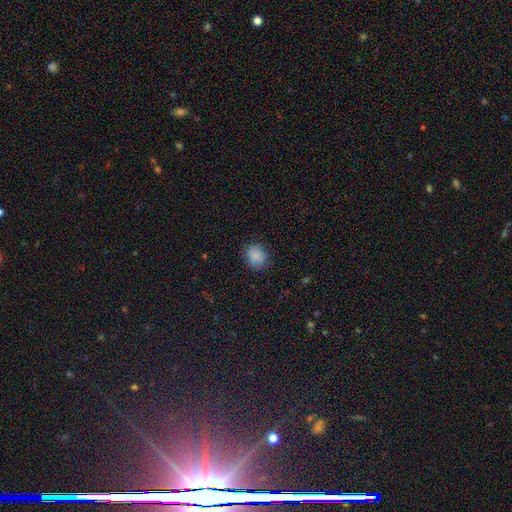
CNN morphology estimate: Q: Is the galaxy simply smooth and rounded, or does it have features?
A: smooth — 86%.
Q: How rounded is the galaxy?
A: round — 71%.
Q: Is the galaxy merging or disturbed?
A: none — 83%.